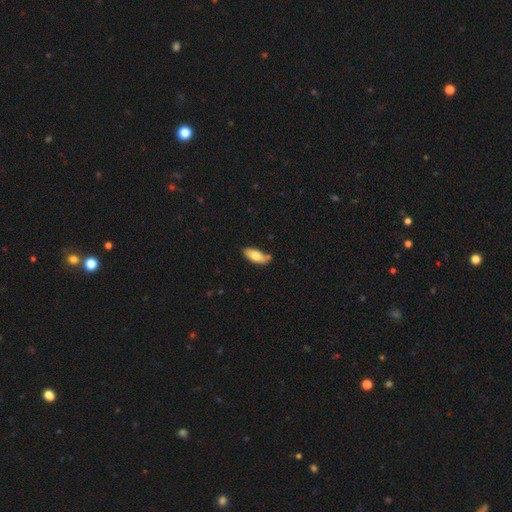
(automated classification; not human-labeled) smooth-or-featured: smooth: 73% | featured or disk: 21% | star or artifact: 6%
  how-rounded: in between: 82% | cigar-shaped: 15% | round: 2%
  merging: none: 73% | minor disturbance: 20% | merger: 4% | major disturbance: 3%